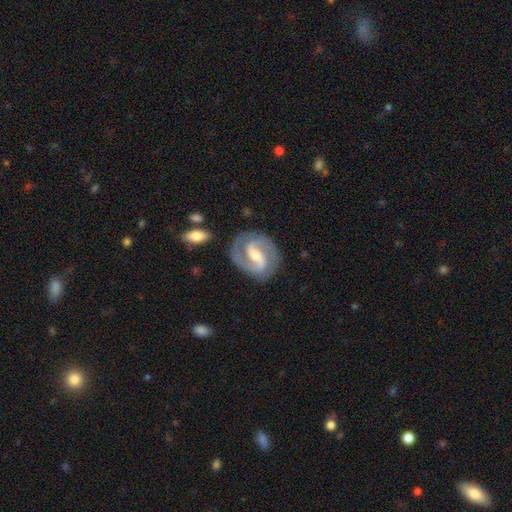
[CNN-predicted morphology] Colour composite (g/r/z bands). It shows a featured or disk galaxy (89%) with a weak bar (44%), 2 (92%) medium (56%) spiral arms (97%) and a moderate central bulge (48%). Merging: none (81%).